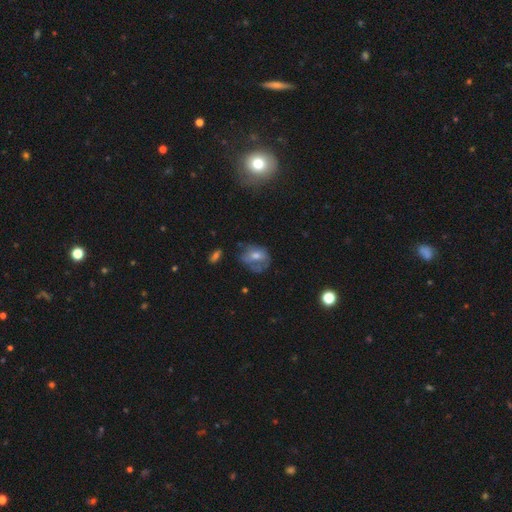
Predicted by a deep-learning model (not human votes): A smooth galaxy with no disk features (52%) that is in between round and cigar-shaped (50%). Merging: none (41%).